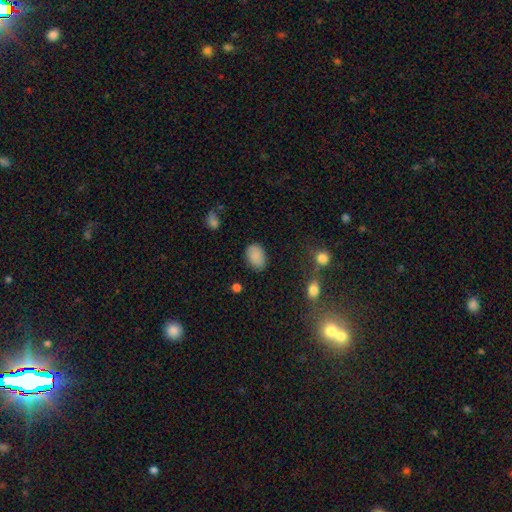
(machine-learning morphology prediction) A smooth galaxy with no disk features (86%) that is in between round and cigar-shaped (85%).

Vote fractions:
- Smooth or featured? smooth: 86% / star or artifact: 8% / featured or disk: 6%
- How rounded? in between: 85% / round: 14% / cigar-shaped: 1%
- Merging? none: 82% / minor disturbance: 13% / major disturbance: 3% / merger: 2%